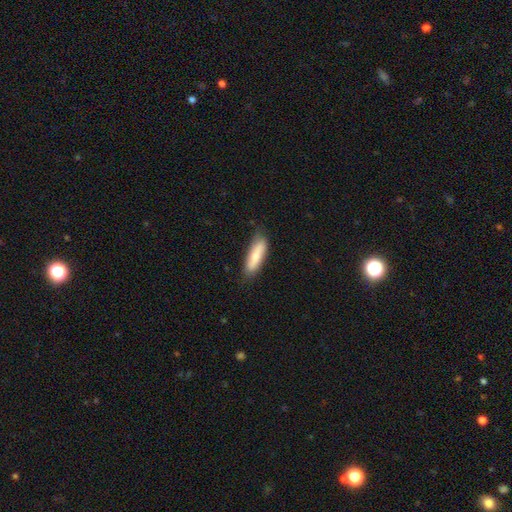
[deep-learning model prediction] This appears to be a smooth galaxy with no disk features (72%) that is cigar-shaped (54%). Merging: none (75%).